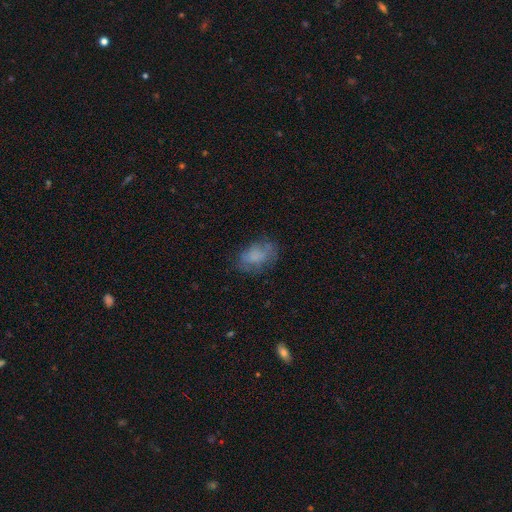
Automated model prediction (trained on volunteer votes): Smooth or featured? Predicted: smooth (p=0.68). How rounded? Predicted: in between (p=0.83). Merging? Predicted: none (p=0.59).